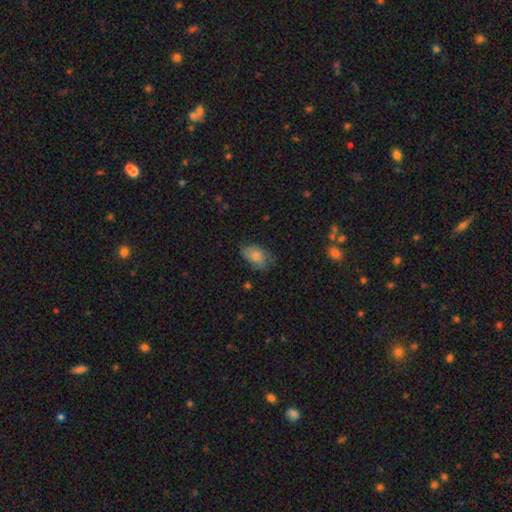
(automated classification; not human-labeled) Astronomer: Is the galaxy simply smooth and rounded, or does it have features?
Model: smooth — 74%.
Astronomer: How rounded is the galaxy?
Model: in between — 86%.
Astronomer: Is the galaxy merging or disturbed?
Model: none — 55% (runner-up: minor disturbance, 31%).